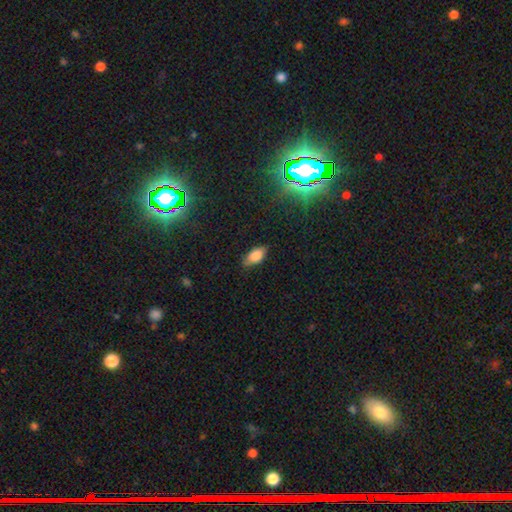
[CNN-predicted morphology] Q: Smooth or featured?
A: smooth (82%); runner-up: featured or disk (9%)
Q: How rounded?
A: in between (89%); runner-up: cigar-shaped (7%)
Q: Merging?
A: none (77%); runner-up: minor disturbance (18%)